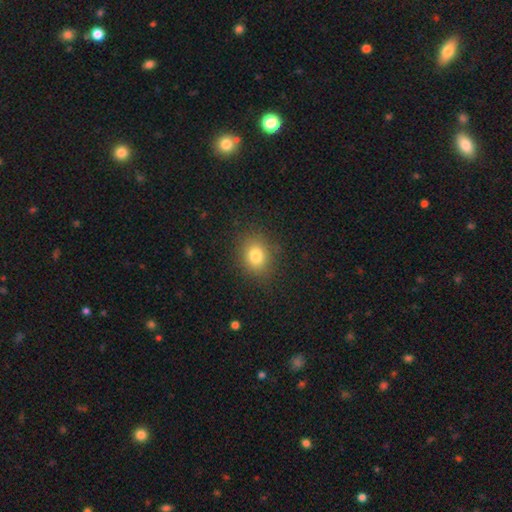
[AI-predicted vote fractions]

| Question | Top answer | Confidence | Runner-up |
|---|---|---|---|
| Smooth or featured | smooth | 80% | star or artifact (12%) |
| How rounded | round | 55% | in between (44%) |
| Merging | none | 86% | minor disturbance (10%) |